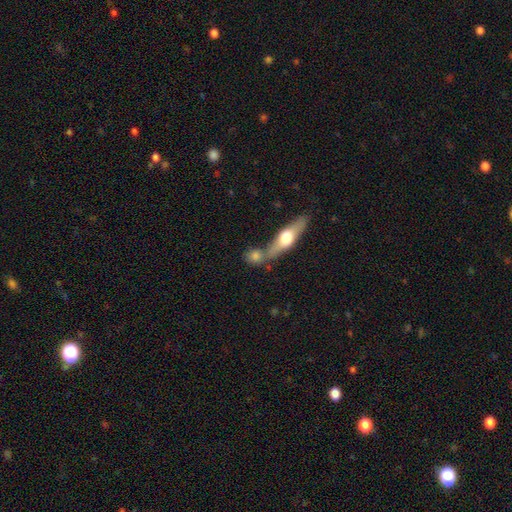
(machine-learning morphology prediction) This is likely a smooth galaxy (63%). How rounded: possibly round (48%). Merging: possibly none (53%).